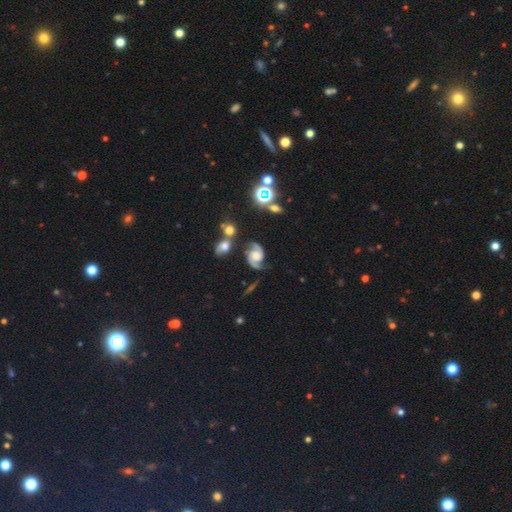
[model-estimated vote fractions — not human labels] This is clearly a featured or disk galaxy (86%). It is clearly not viewed edge-on (98%). Bar: likely no (64%). Spiral arm pattern: clearly yes (97%). Spiral arm count: clearly 2 (92%). Spiral winding: possibly medium (54%). Central bulge: marginally moderate (39%). Merging: likely none (67%).